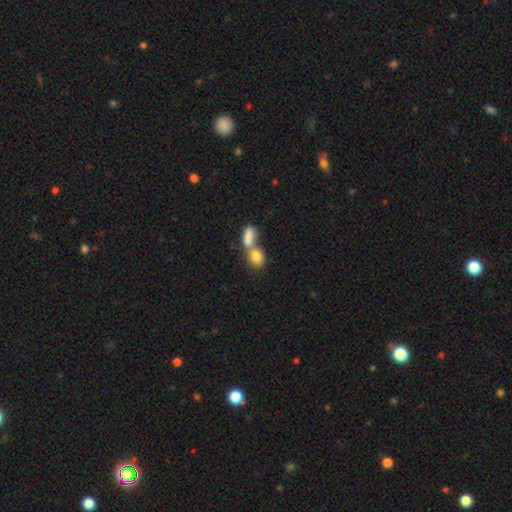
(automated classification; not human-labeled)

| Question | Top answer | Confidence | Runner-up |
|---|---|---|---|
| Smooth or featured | smooth | 83% | featured or disk (10%) |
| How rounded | in between | 64% | round (31%) |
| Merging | merger | 65% | none (25%) |